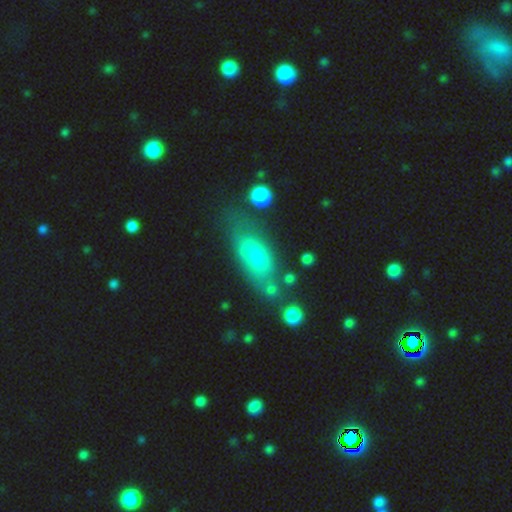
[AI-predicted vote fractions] Q: Smooth or featured?
A: smooth (51%); runner-up: featured or disk (31%)
Q: How rounded?
A: in between (68%); runner-up: cigar-shaped (26%)
Q: Merging?
A: none (64%); runner-up: minor disturbance (20%)